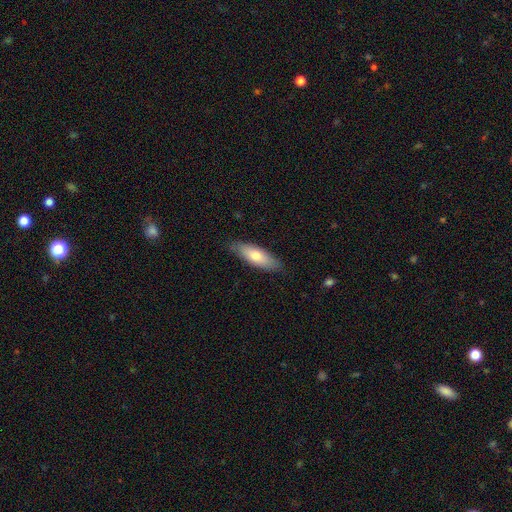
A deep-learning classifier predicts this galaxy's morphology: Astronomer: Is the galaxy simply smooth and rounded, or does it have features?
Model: smooth — 72%.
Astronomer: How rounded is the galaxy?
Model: in between — 56% (runner-up: cigar-shaped, 42%).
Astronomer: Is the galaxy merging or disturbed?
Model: none — 85%.